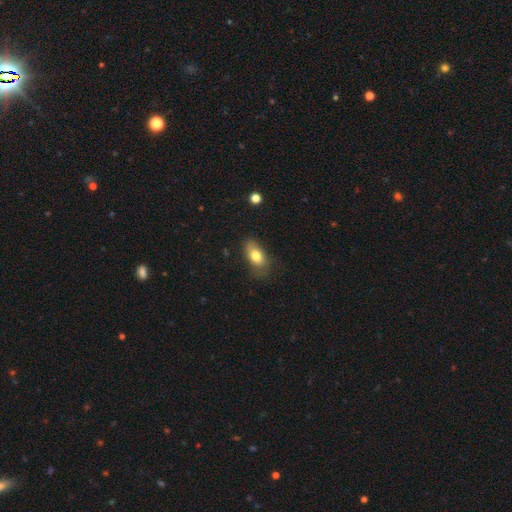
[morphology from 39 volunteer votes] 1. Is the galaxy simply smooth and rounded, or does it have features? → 67% smooth, 26% featured or disk, 8% star or artifact.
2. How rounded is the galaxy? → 81% in between, 15% round, 4% cigar-shaped.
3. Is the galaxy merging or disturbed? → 53% none, 28% minor disturbance, 17% major disturbance, 3% merger.